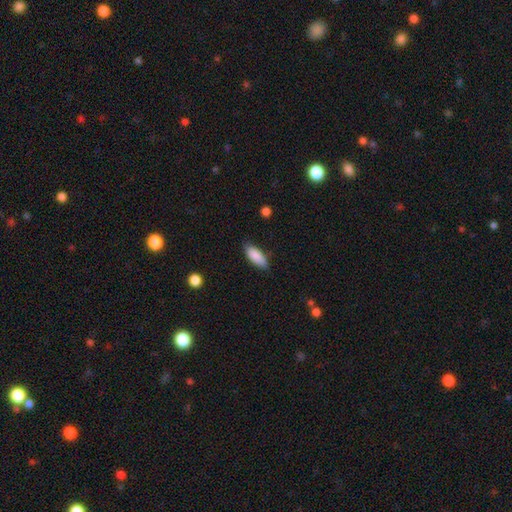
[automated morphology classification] A smooth galaxy with no disk features (88%) that is in between round and cigar-shaped (76%). Merging: none (81%).